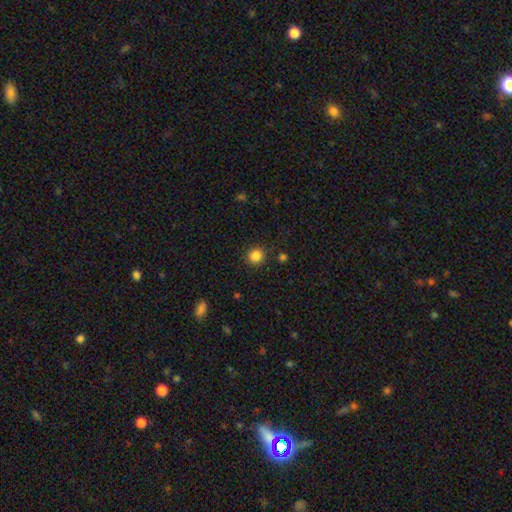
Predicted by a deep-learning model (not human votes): A smooth galaxy with no disk features (85%) that is round (91%). Merging: none (89%).